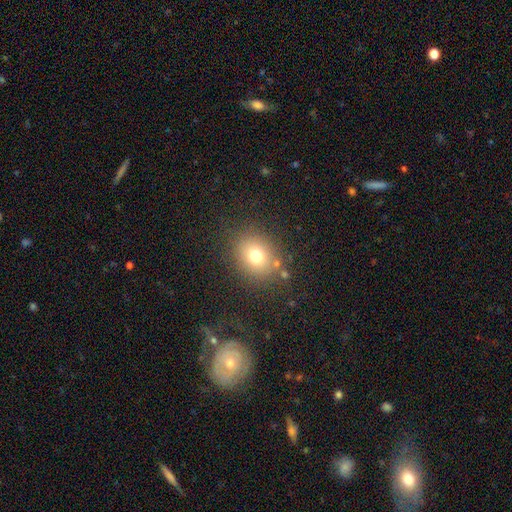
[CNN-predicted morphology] smooth_or_featured: smooth (p=0.74) [alt: star or artifact p=0.14]
how_rounded: round (p=0.62) [alt: in between p=0.37]
merging: none (p=0.79) [alt: minor disturbance p=0.11]